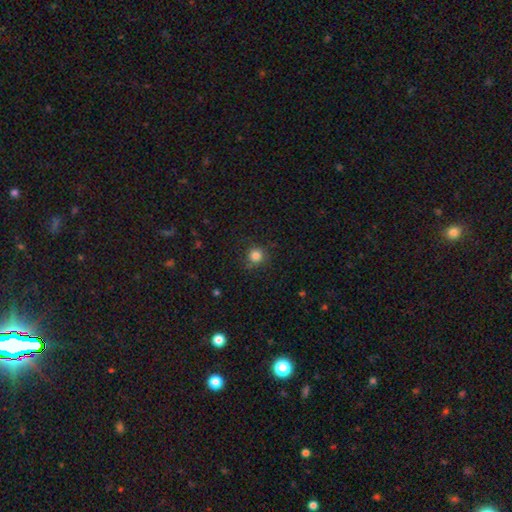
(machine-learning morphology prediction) Q: Smooth or featured?
A: smooth (82%); runner-up: star or artifact (13%)
Q: How rounded?
A: round (93%); runner-up: in between (6%)
Q: Merging?
A: none (84%); runner-up: minor disturbance (11%)